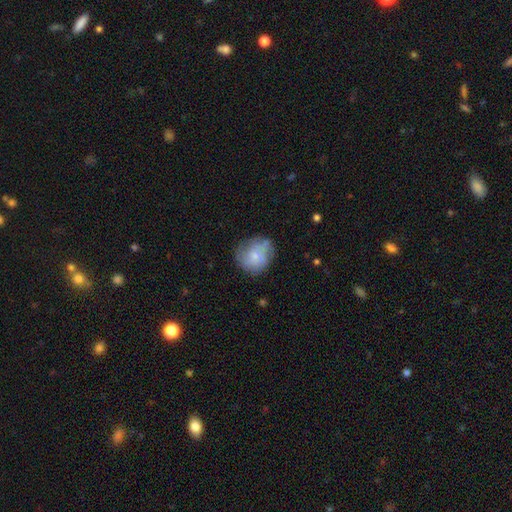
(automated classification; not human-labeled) Smooth or featured?
  - smooth: 67% *
  - featured or disk: 25%
  - star or artifact: 8%
How rounded?
  - round: 77% *
  - in between: 22%
  - cigar-shaped: 1%
Merging?
  - none: 60% *
  - minor disturbance: 27%
  - major disturbance: 10%
  - merger: 3%